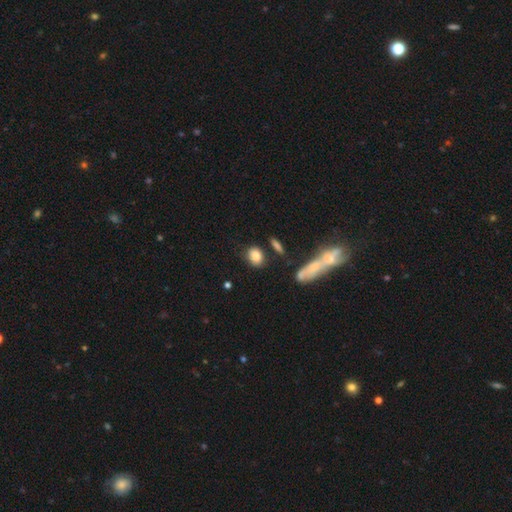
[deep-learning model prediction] Smooth or featured? Predicted: smooth (p=0.83). How rounded? Predicted: in between (p=0.58). Merging? Predicted: none (p=0.74).